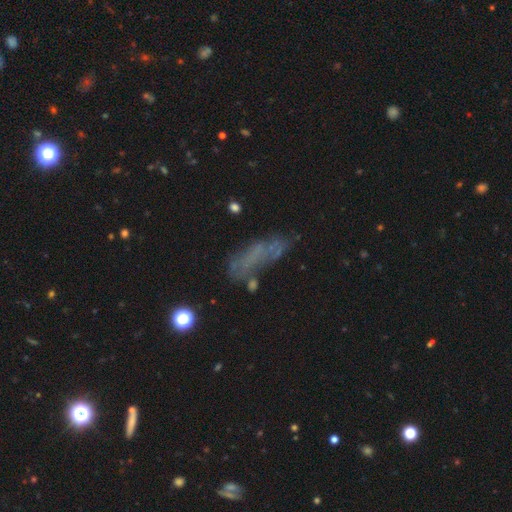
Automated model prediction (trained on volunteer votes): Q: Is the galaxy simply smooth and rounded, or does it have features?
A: smooth — 43%.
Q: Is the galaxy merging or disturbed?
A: none — 49%.